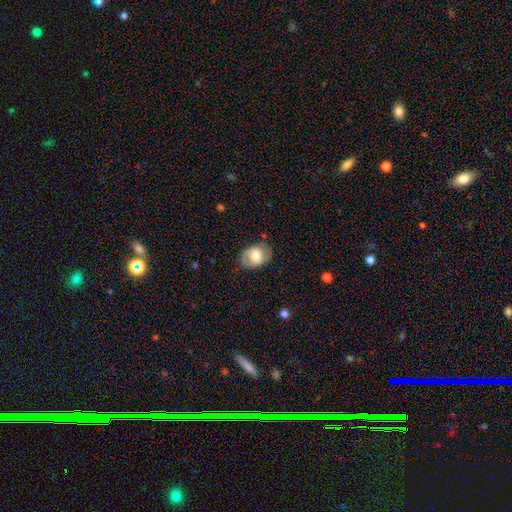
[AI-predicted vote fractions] Overall: smooth (52%; featured or disk 41%). How rounded: in between (74%). Merging: none (76%).